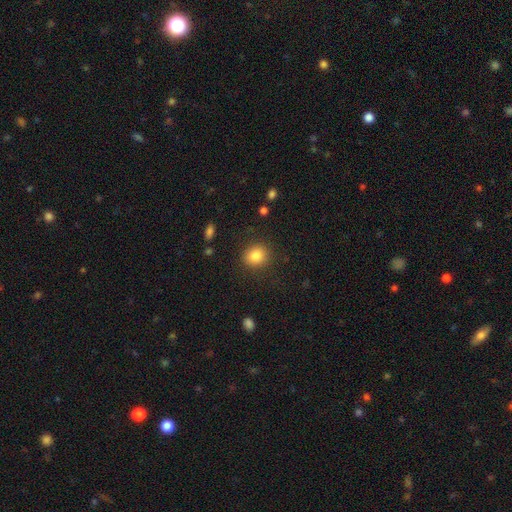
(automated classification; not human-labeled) Morphology: type=smooth (84%); roundness=round (71%); merging=none (87%).